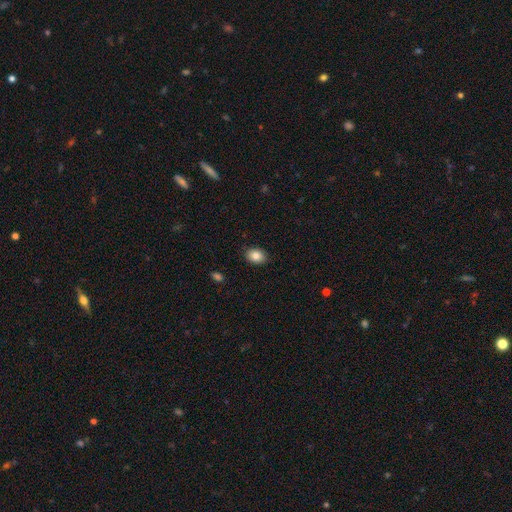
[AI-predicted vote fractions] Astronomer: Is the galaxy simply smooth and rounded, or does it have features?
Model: smooth — 85%.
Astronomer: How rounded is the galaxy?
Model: in between — 64%.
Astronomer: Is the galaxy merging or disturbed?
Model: none — 88%.